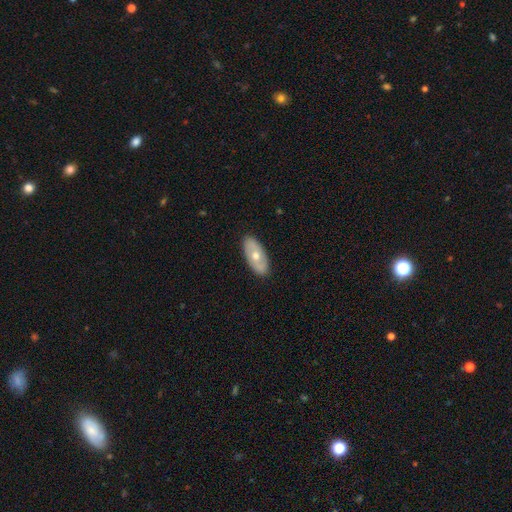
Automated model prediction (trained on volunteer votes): Smooth or featured? smooth (48%)
Merging? none (89%)